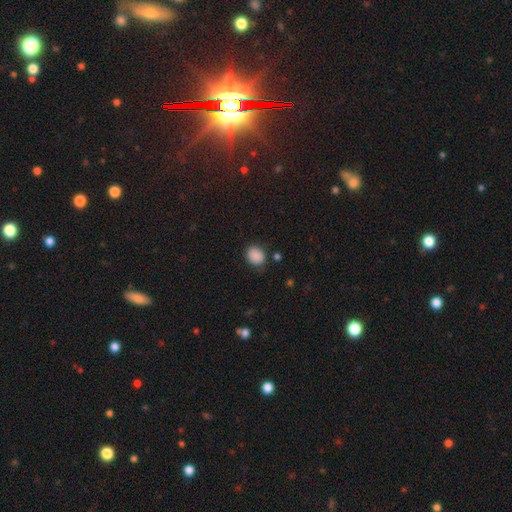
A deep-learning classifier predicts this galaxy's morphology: Smooth or featured? smooth (87%)
How rounded? round (53%)
Merging? none (79%)